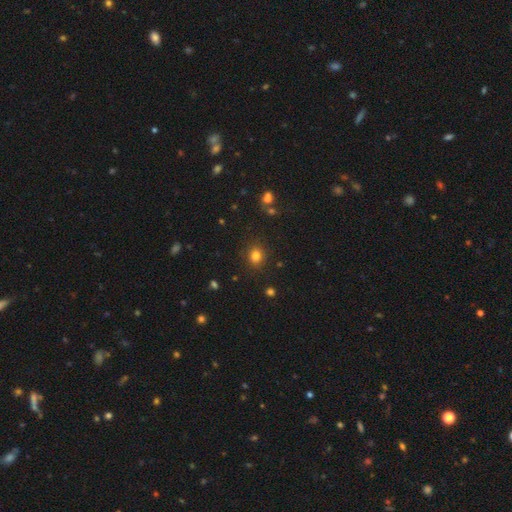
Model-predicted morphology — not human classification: This is clearly a smooth galaxy (81%). How rounded: likely round (64%). Merging: clearly none (86%).